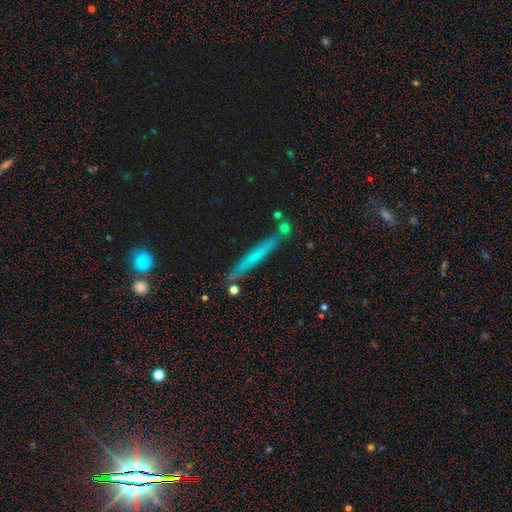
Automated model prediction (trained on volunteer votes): smooth_or_featured: smooth (p=0.46) [alt: featured or disk p=0.43]
merging: none (p=0.82) [alt: minor disturbance p=0.11]